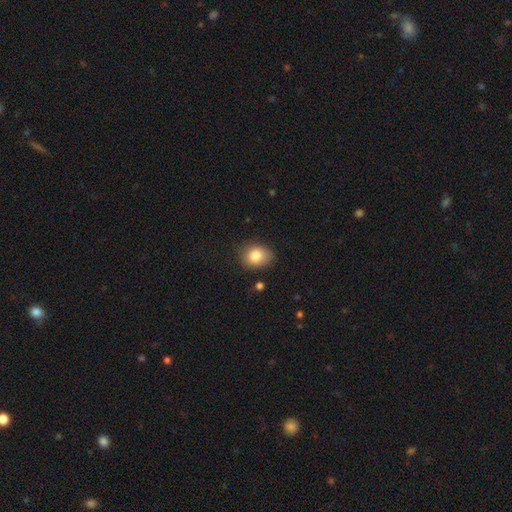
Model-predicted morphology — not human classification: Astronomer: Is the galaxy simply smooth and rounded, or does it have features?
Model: smooth — 83%.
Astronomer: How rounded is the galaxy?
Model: round — 52% (runner-up: in between, 47%).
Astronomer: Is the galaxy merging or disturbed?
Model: none — 77%.